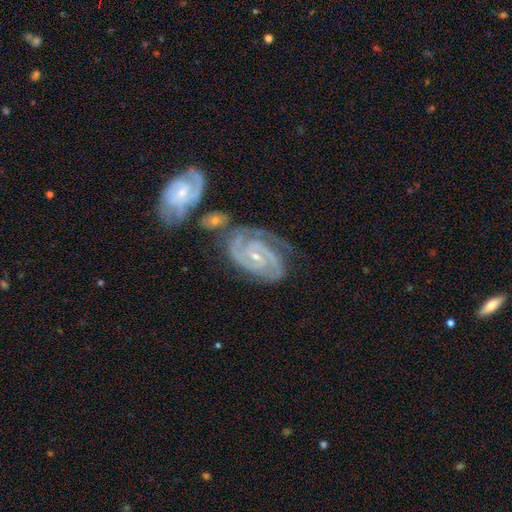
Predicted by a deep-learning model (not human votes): A featured or disk galaxy (92%) with no bar (48%), 2 (63%) tight (68%) spiral arms (98%) and a small central bulge (71%). Merging: none (51%).